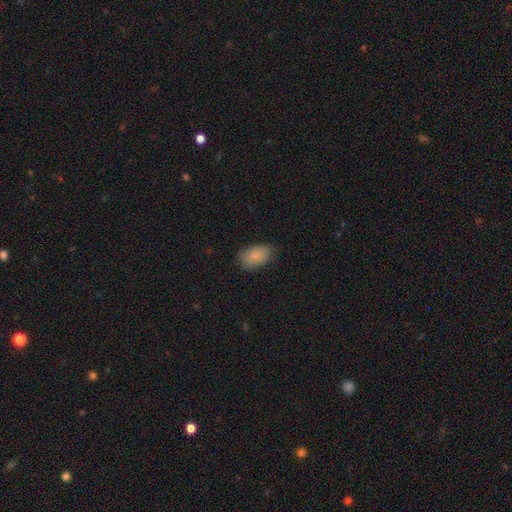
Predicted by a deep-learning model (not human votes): Smooth or featured? Predicted: smooth (p=0.84). How rounded? Predicted: in between (p=0.89). Merging? Predicted: none (p=0.74).